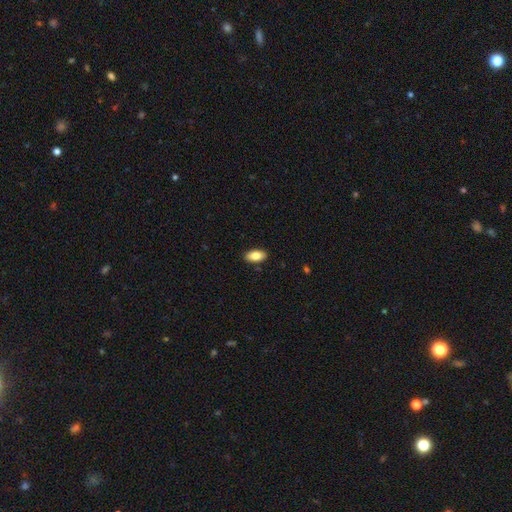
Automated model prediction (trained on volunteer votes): smooth-or-featured: smooth: 83% | featured or disk: 10% | star or artifact: 7%
  how-rounded: in between: 92% | cigar-shaped: 5% | round: 3%
  merging: none: 89% | minor disturbance: 8% | major disturbance: 2% | merger: 1%